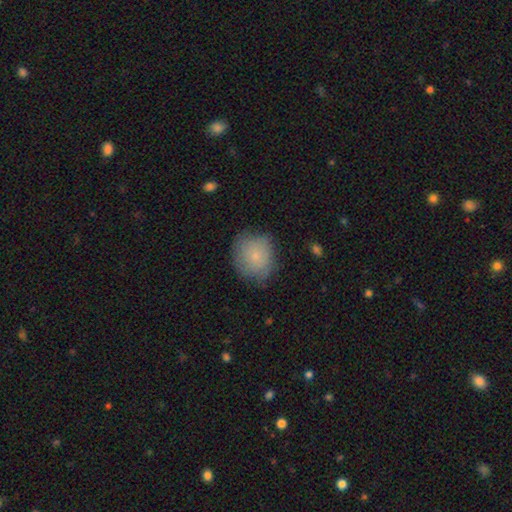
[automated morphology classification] Overall: smooth (76%). How rounded: round (76%). Merging: none (69%).